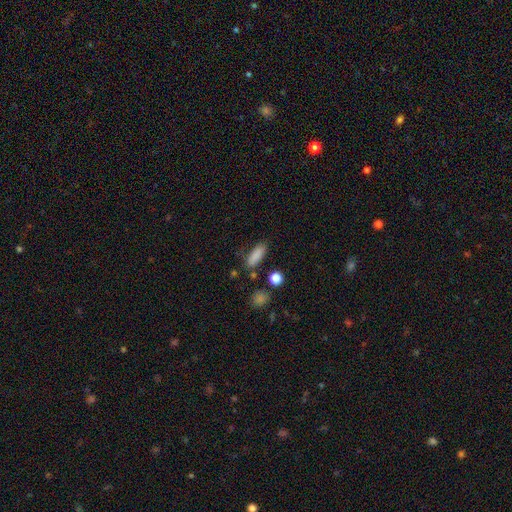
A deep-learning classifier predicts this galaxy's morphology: The model was most divided on "how rounded": in between: 64%, cigar-shaped: 32%, round: 4%. More confident: smooth or featured — smooth (86%); merging — none (78%).